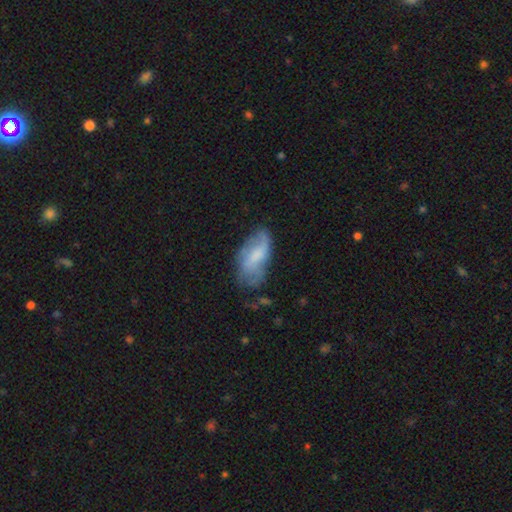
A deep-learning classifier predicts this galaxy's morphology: This appears to be a smooth galaxy with no disk features (52%) that is in between round and cigar-shaped (90%). Merging: none (47%).